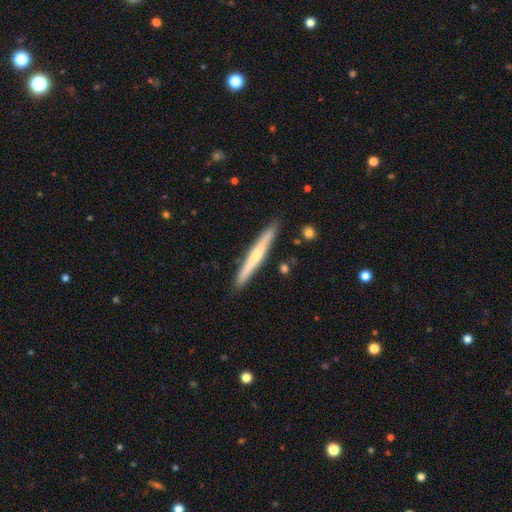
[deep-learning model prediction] Smooth or featured? Predicted: featured or disk (p=0.55). Edge-on disk? Predicted: yes (p=0.96). Edge-on bulge? Predicted: rounded (p=0.53). Merging? Predicted: none (p=0.89).